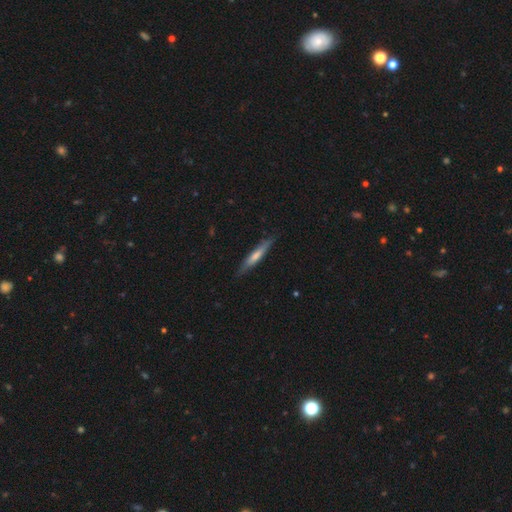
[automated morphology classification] A smooth galaxy with no disk features (52%) that is cigar-shaped (92%). Merging: none (85%).